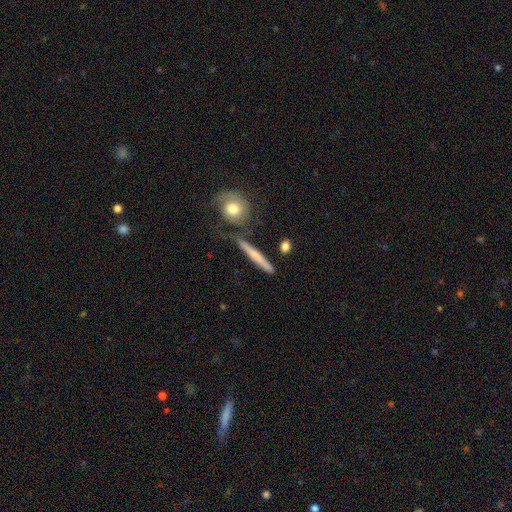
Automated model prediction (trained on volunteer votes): Morphology: type=smooth (57%); roundness=cigar-shaped (89%); merging=none (75%).